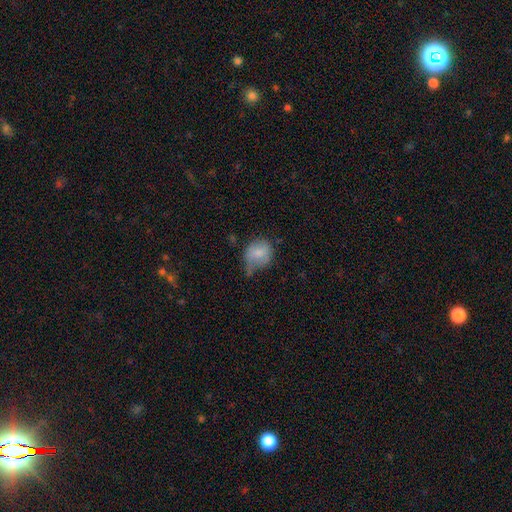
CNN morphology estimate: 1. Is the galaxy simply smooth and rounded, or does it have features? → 77% smooth, 14% featured or disk, 9% star or artifact.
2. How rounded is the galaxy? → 64% round, 35% in between, 1% cigar-shaped.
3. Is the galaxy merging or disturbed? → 40% none, 39% minor disturbance, 16% major disturbance, 5% merger.